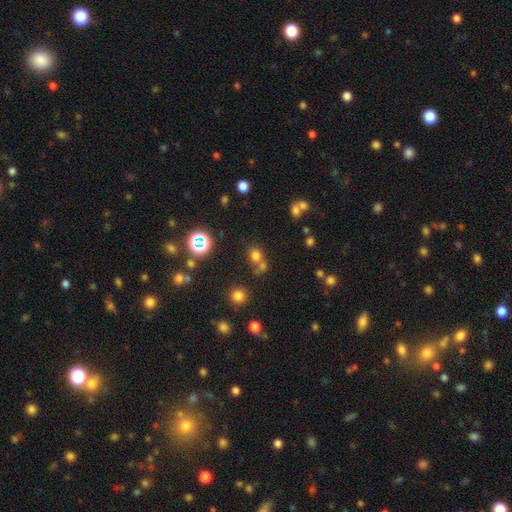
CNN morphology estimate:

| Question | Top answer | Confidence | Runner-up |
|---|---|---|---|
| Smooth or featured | smooth | 66% | star or artifact (26%) |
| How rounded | round | 81% | in between (18%) |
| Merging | none | 54% | merger (33%) |